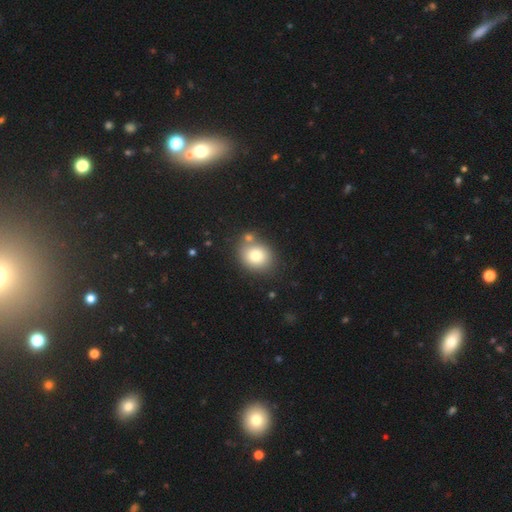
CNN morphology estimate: This is likely a smooth galaxy (78%). How rounded: likely round (68%). Merging: likely none (68%).